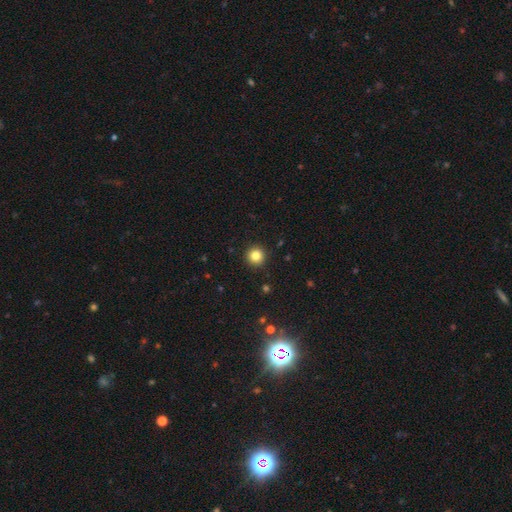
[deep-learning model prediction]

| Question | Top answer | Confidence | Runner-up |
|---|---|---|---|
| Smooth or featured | smooth | 84% | star or artifact (11%) |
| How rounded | round | 95% | in between (4%) |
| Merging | none | 92% | minor disturbance (5%) |